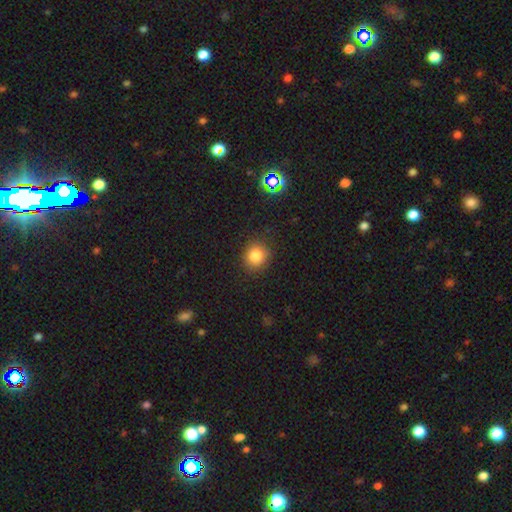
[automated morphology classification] Overall: smooth (82%). How rounded: round (82%). Merging: none (87%).